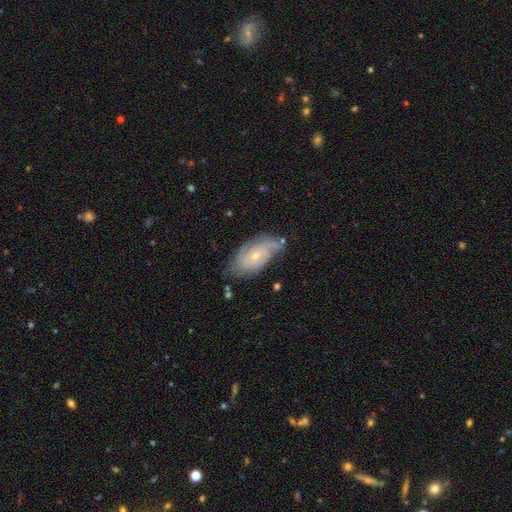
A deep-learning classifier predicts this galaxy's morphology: A featured or disk galaxy (75%) with no bar (73%), 2 (34%) tight (53%) spiral arms (91%) and a small central bulge (71%). Merging: none (62%).